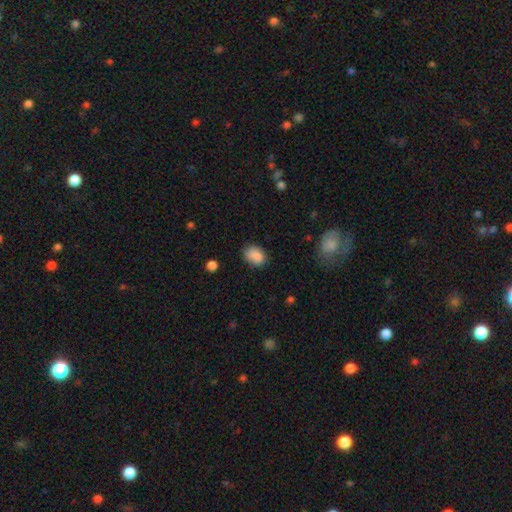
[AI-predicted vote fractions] smooth 86%, star or artifact 9%, featured or disk 5%. Down the decision tree: how rounded — in between (69%); merging — none (72%).